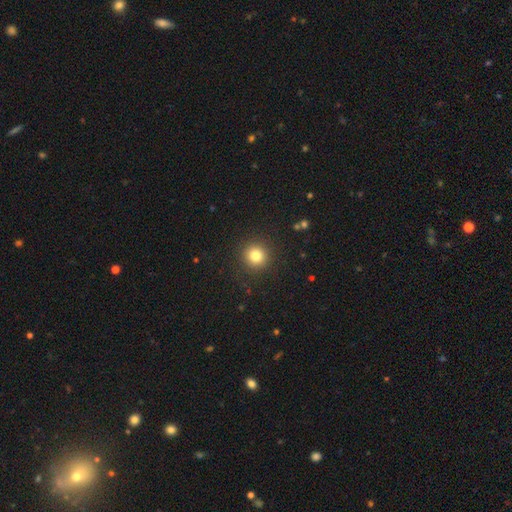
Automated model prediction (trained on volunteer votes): Overall: smooth (81%). How rounded: round (94%). Merging: none (91%).